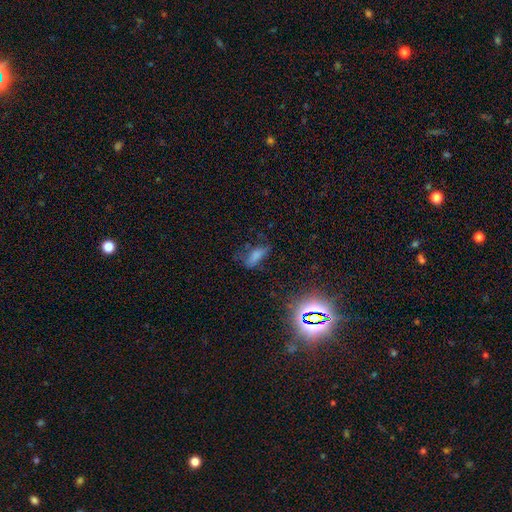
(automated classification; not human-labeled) A smooth galaxy with no disk features (64%) that is in between round and cigar-shaped (66%). Merging: none (48%).